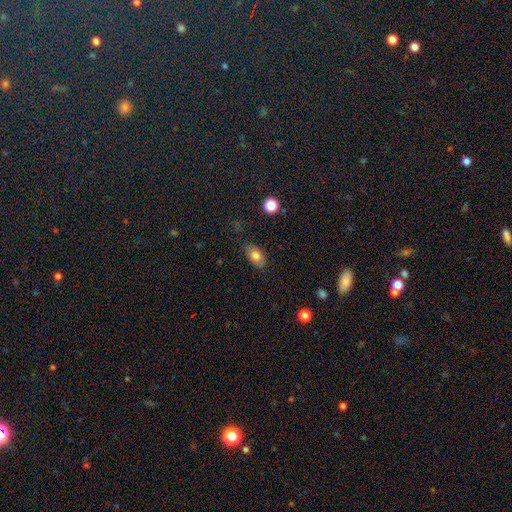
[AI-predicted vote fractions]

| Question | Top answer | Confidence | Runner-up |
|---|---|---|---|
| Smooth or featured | smooth | 77% | featured or disk (14%) |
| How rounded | in between | 88% | round (10%) |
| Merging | none | 79% | minor disturbance (16%) |